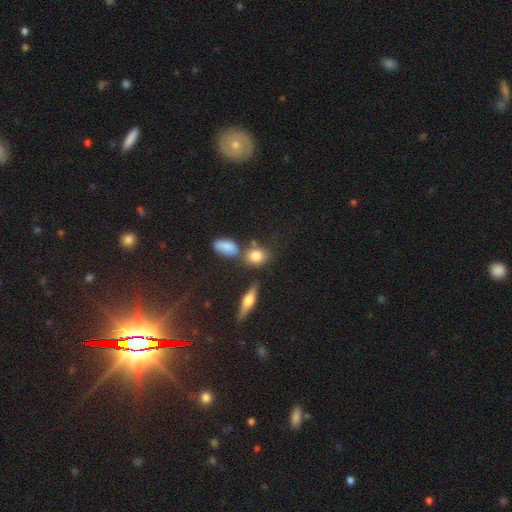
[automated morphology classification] This is likely a smooth galaxy (78%). How rounded: possibly in between (50%). Merging: possibly none (60%).